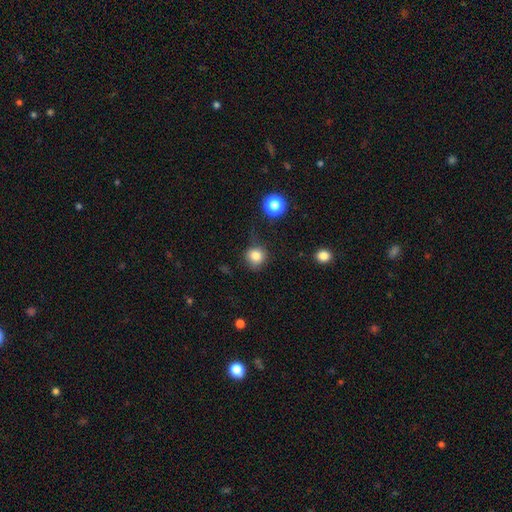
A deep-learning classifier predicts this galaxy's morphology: smooth 83%, star or artifact 12%, featured or disk 5%. Down the decision tree: how rounded — round (89%); merging — none (76%).